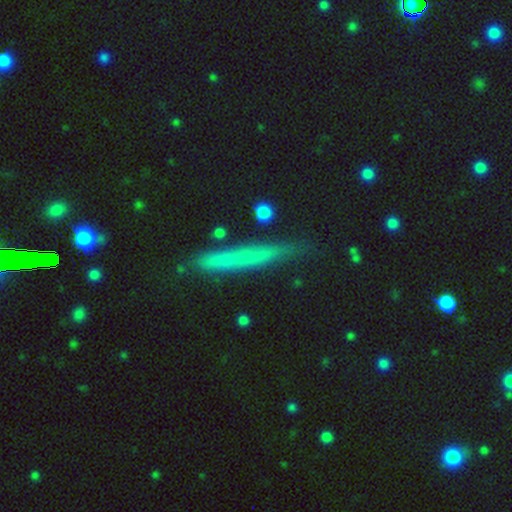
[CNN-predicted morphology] The model was most divided on "smooth or featured": smooth: 59%, featured or disk: 30%, star or artifact: 11%. More confident: how rounded — cigar-shaped (88%); merging — none (79%).